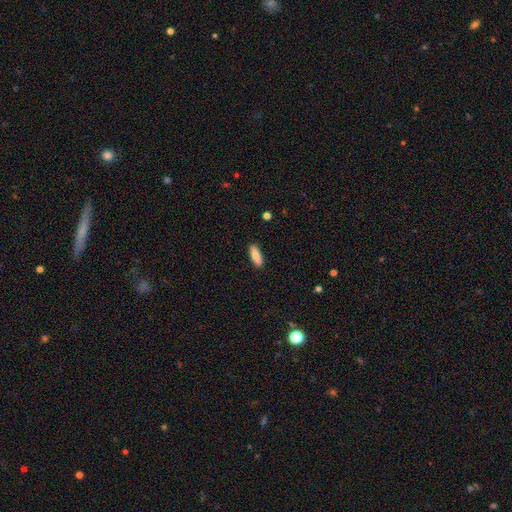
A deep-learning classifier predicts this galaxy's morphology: smooth-or-featured: smooth: 85% | featured or disk: 9% | star or artifact: 6%
  how-rounded: in between: 61% | cigar-shaped: 37% | round: 2%
  merging: none: 89% | minor disturbance: 8% | major disturbance: 2% | merger: 1%